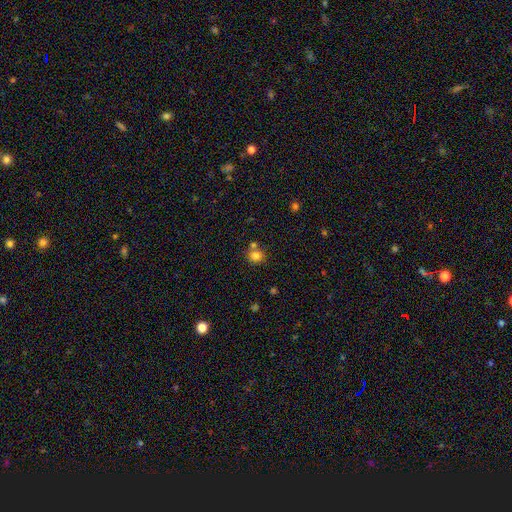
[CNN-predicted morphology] A smooth galaxy with no disk features (80%) that is round (83%). Merging: none (63%).